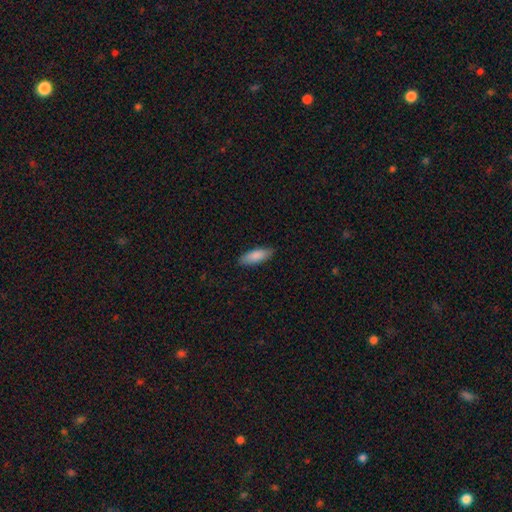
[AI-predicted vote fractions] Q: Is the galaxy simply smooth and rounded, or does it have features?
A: smooth — 87%.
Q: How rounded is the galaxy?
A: in between — 64%.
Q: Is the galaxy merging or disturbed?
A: none — 87%.